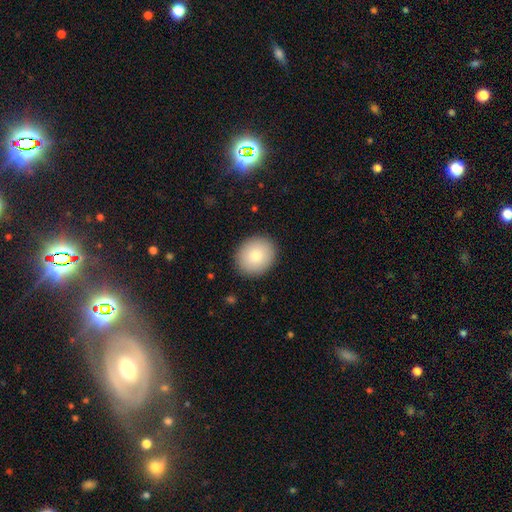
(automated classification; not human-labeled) Q: Smooth or featured?
A: smooth (82%); runner-up: featured or disk (10%)
Q: How rounded?
A: round (68%); runner-up: in between (31%)
Q: Merging?
A: none (89%); runner-up: minor disturbance (8%)